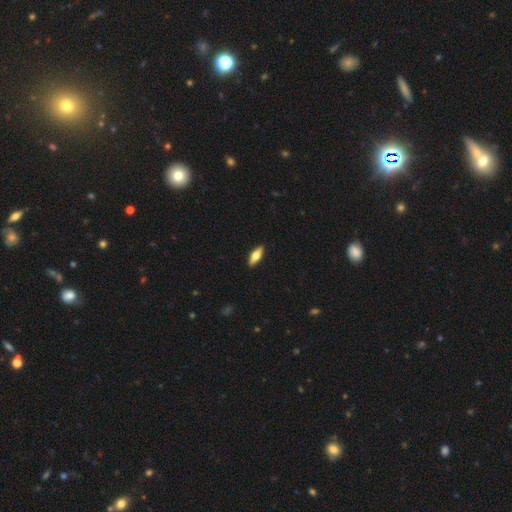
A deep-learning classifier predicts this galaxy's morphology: type=smooth (60%); roundness=in between (67%); merging=none (90%).